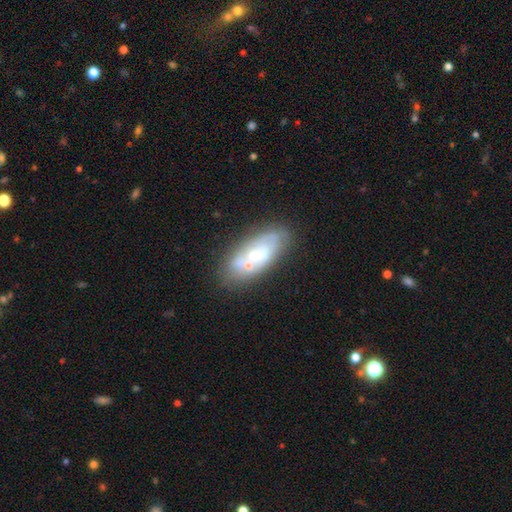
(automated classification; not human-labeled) A featured or disk galaxy (55%). Merging: none (55%).